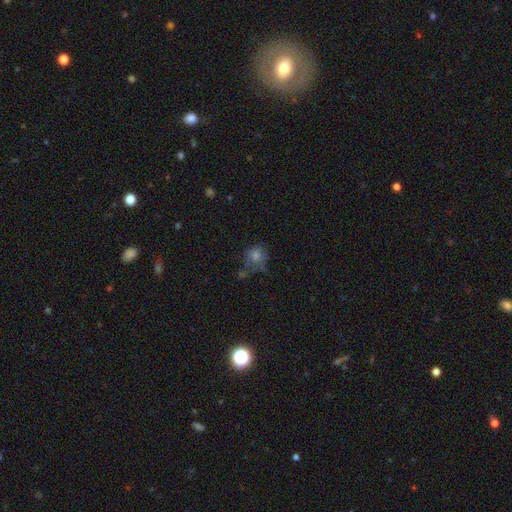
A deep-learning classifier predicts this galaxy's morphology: The model was most divided on "merging": none: 53%, minor disturbance: 23%, major disturbance: 14%, merger: 10%. More confident: how rounded — round (76%); smooth or featured — smooth (57%).